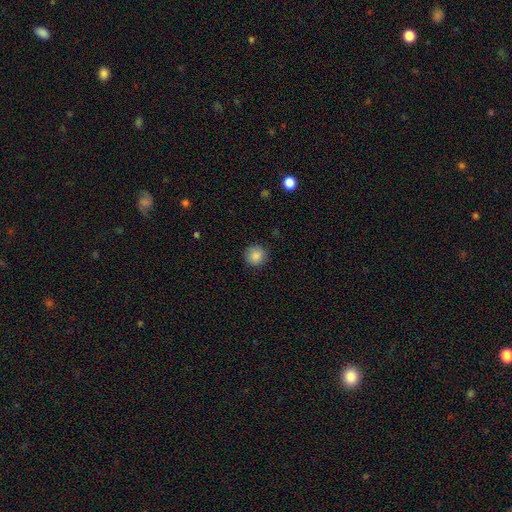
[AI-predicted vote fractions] Smooth or featured: smooth — 87% (star or artifact — 9%)
How rounded: round — 93% (in between — 6%)
Merging: none — 89% (minor disturbance — 7%)